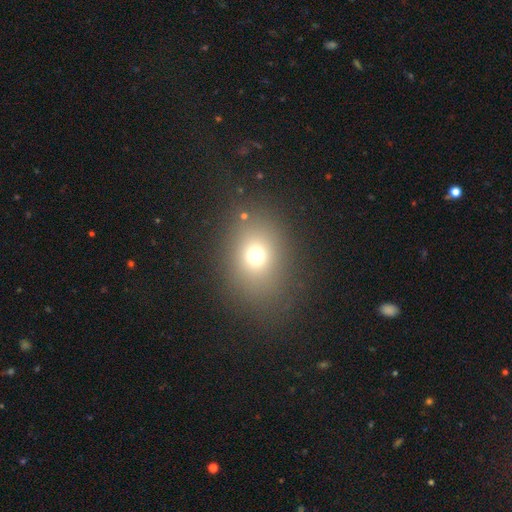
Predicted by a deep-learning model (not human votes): smooth 70%, star or artifact 18%, featured or disk 11%. Down the decision tree: how rounded — in between (53%); merging — none (81%).